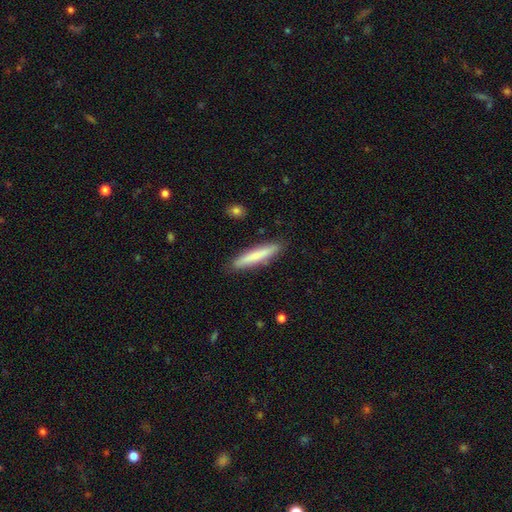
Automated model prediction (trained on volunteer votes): Smooth or featured? Predicted: smooth (p=0.73). How rounded? Predicted: cigar-shaped (p=0.93). Merging? Predicted: none (p=0.90).